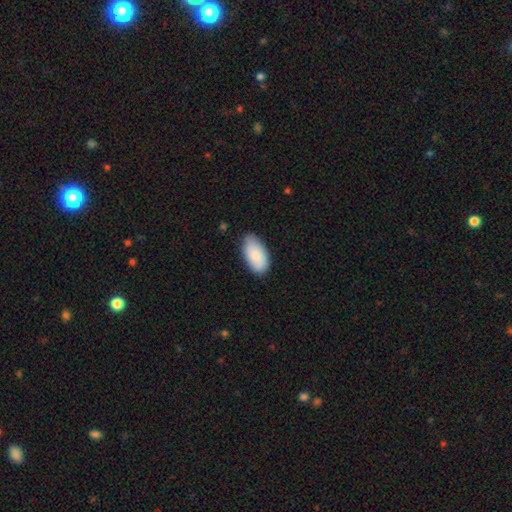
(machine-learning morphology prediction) Smooth or featured: smooth — 87% (featured or disk — 7%)
How rounded: in between — 95% (cigar-shaped — 2%)
Merging: none — 81% (minor disturbance — 15%)